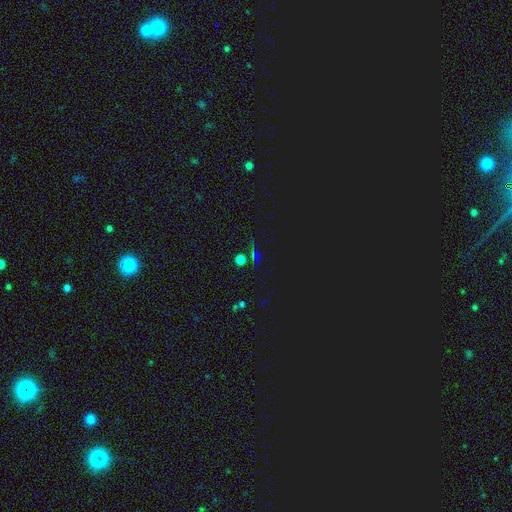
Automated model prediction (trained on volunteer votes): A star or artifact, not a galaxy (61%).